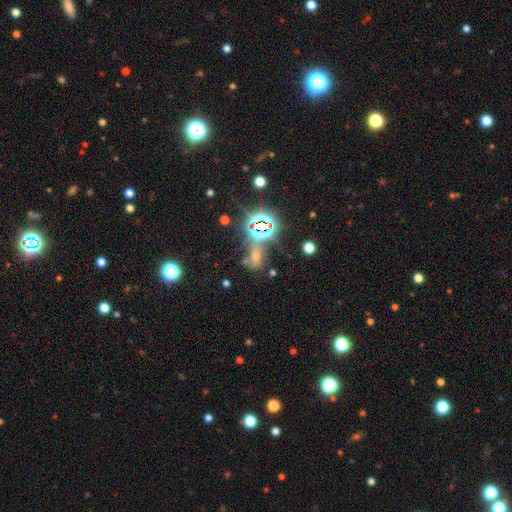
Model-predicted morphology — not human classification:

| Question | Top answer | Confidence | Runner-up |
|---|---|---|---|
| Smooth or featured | star or artifact | 62% | smooth (19%) |